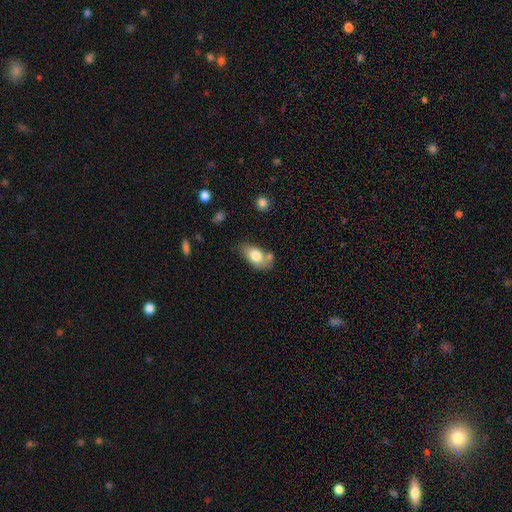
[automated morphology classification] This appears to be a smooth galaxy with no disk features (76%) that is in between round and cigar-shaped (89%). Merging: none (51%).